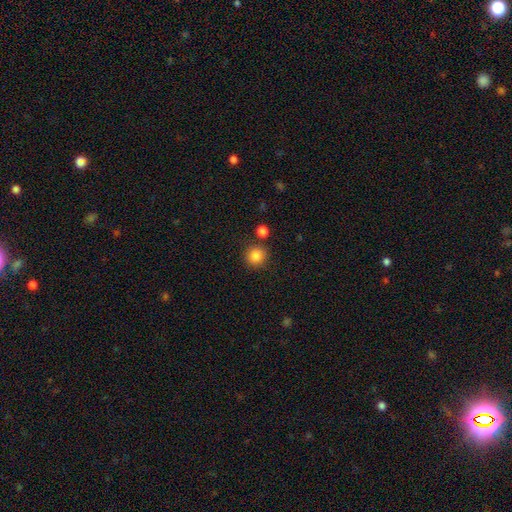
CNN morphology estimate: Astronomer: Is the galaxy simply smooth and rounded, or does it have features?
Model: smooth — 85%.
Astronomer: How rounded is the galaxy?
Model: round — 93%.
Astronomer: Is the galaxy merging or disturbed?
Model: none — 85%.